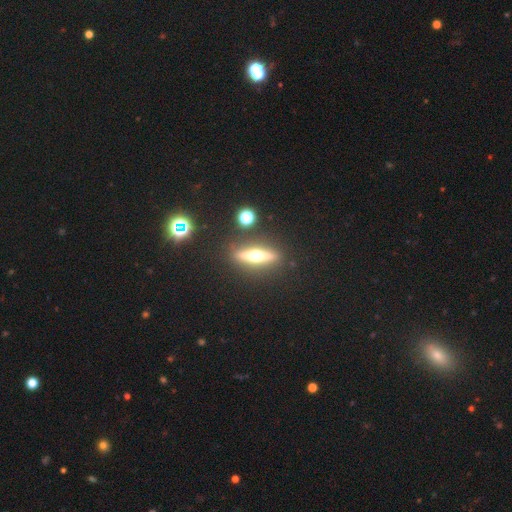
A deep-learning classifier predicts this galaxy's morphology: Overall: featured or disk (70%). Edge-on disk: yes (95%). Edge-on bulge: rounded (96%). Merging: none (87%).